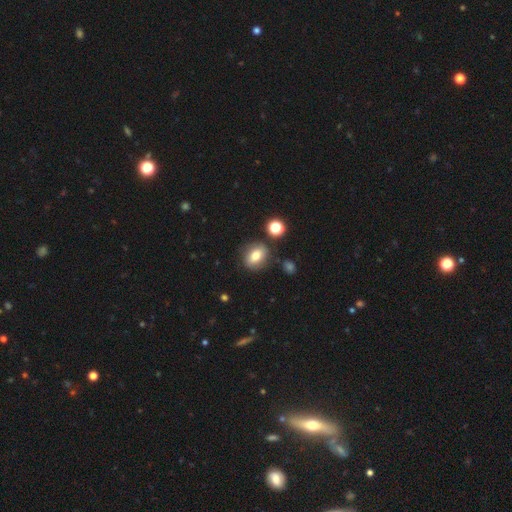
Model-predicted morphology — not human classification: Smooth or featured?
  - smooth: 71% *
  - featured or disk: 17%
  - star or artifact: 12%
How rounded?
  - in between: 60% *
  - round: 38%
  - cigar-shaped: 2%
Merging?
  - none: 77% *
  - minor disturbance: 13%
  - merger: 5%
  - major disturbance: 4%